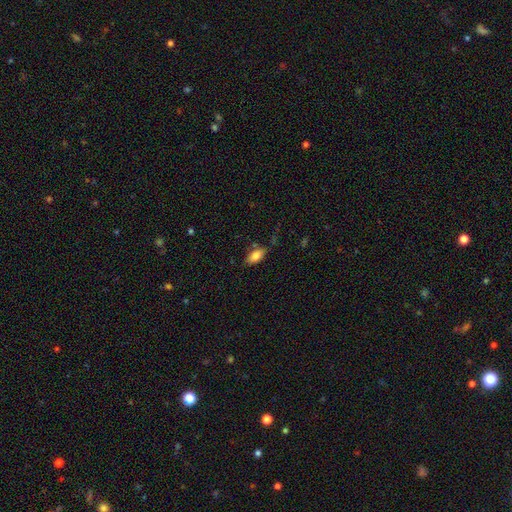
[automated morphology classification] Smooth or featured: smooth — 82% (featured or disk — 11%)
How rounded: in between — 90% (cigar-shaped — 7%)
Merging: none — 71% (minor disturbance — 20%)